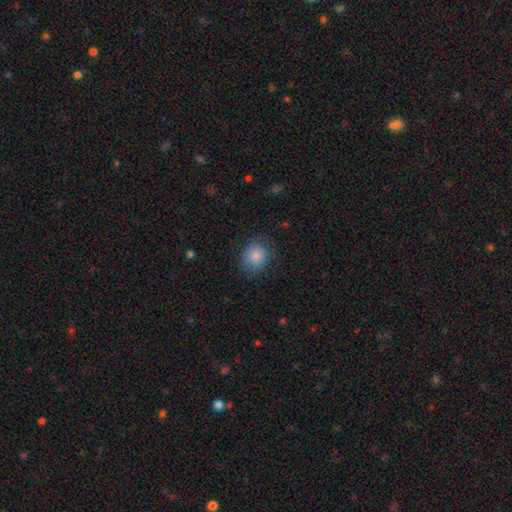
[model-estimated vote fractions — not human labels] This appears to be a smooth galaxy with no disk features (84%) that is round (72%). Merging: none (74%).